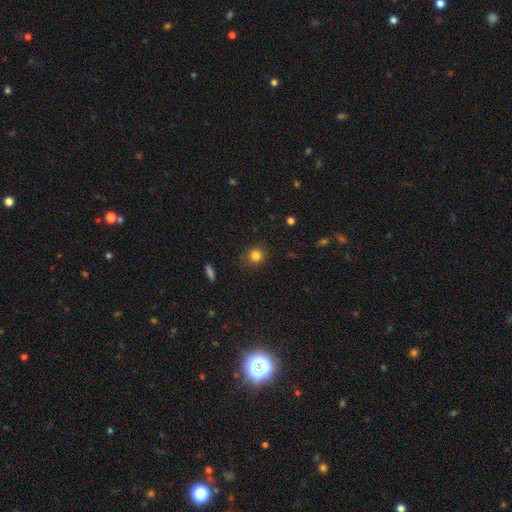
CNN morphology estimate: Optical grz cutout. It shows a smooth galaxy with no disk features (82%) that is round (88%). Merging: none (85%).